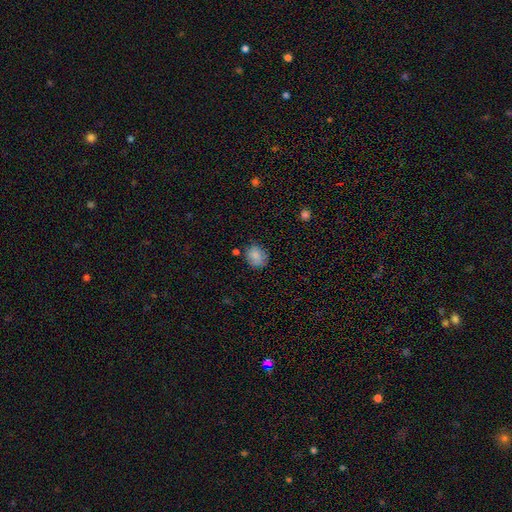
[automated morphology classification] A smooth galaxy with no disk features (83%) that is round (64%).

Vote fractions:
- Smooth or featured? smooth: 83% / star or artifact: 9% / featured or disk: 8%
- How rounded? round: 64% / in between: 35% / cigar-shaped: 1%
- Merging? none: 73% / minor disturbance: 19% / major disturbance: 4% / merger: 4%